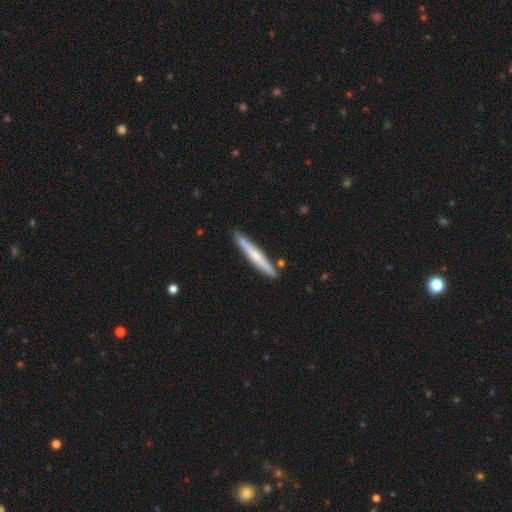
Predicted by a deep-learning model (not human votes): The model was most divided on "smooth or featured": smooth: 50%, featured or disk: 44%, star or artifact: 5%. More confident: how rounded — cigar-shaped (96%); merging — none (87%).